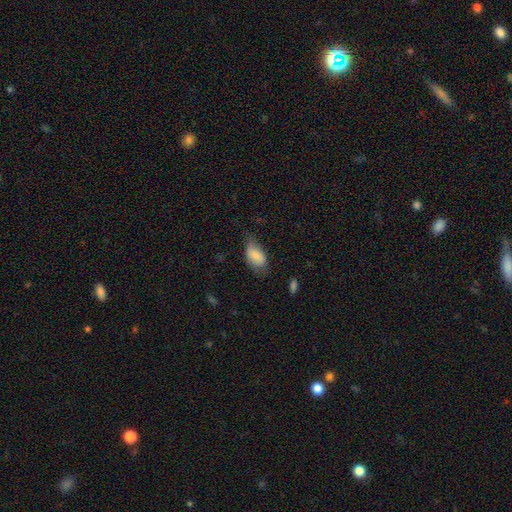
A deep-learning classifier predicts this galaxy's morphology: A smooth galaxy with no disk features (81%) that is in between round and cigar-shaped (91%).

Vote fractions:
- Smooth or featured? smooth: 81% / featured or disk: 12% / star or artifact: 7%
- How rounded? in between: 91% / round: 6% / cigar-shaped: 3%
- Merging? none: 42% / minor disturbance: 39% / major disturbance: 17% / merger: 2%